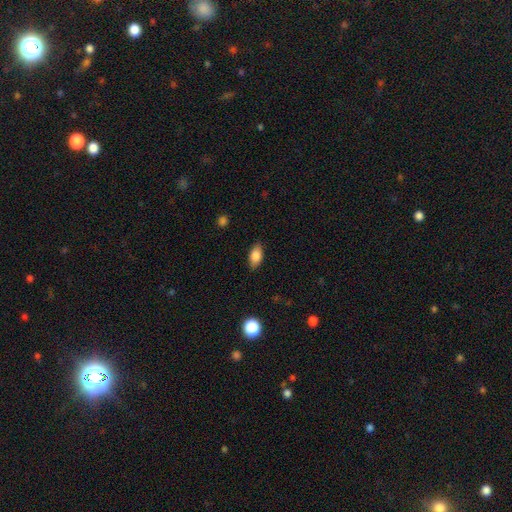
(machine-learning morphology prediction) This is clearly a smooth galaxy (83%). How rounded: clearly in between (90%). Merging: clearly none (86%).